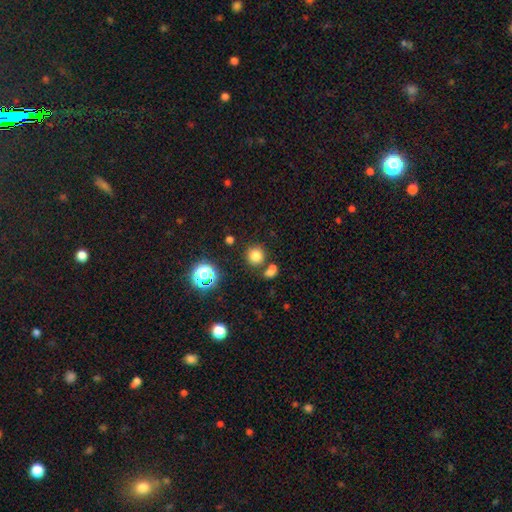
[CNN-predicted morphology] This appears to be a smooth galaxy with no disk features (78%) that is round (92%). Merging: none (77%).